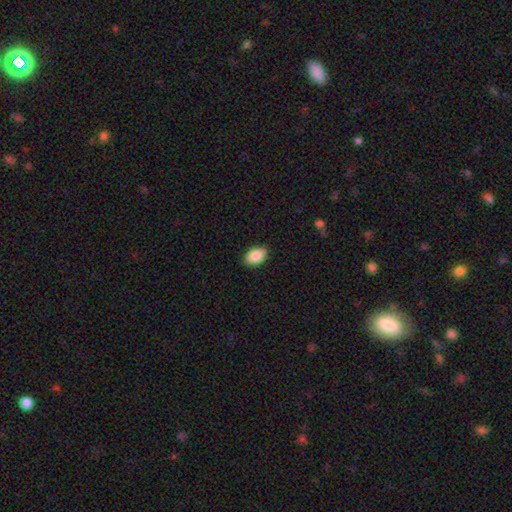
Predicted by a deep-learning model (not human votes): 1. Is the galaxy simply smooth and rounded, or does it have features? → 88% smooth, 7% star or artifact, 5% featured or disk.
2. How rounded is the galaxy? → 90% in between, 8% round, 1% cigar-shaped.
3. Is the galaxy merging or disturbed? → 89% none, 8% minor disturbance, 2% major disturbance, 1% merger.